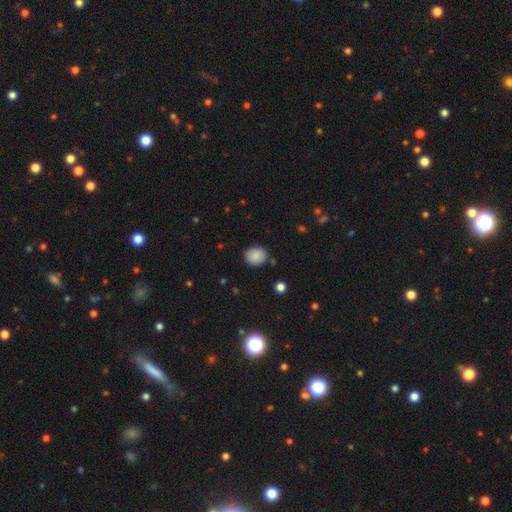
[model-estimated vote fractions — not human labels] Overall: smooth (87%). How rounded: round (74%). Merging: none (84%).